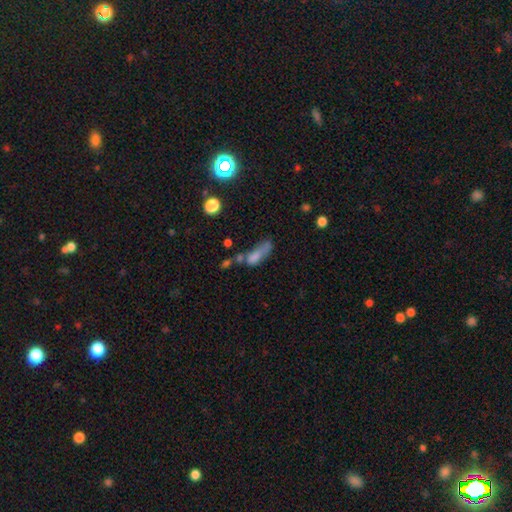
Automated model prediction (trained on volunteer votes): Morphology: type=smooth (66%); roundness=in between (61%); merging=merger (33%).